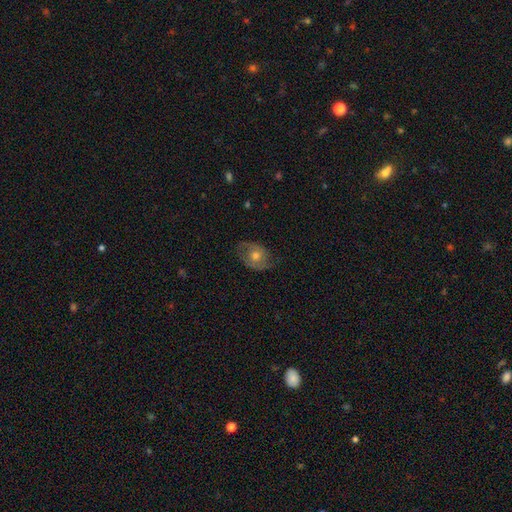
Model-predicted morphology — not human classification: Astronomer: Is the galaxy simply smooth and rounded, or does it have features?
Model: featured or disk — 58% (runner-up: smooth, 35%).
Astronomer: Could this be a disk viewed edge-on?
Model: no — 95%.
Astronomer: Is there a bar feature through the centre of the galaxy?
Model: no — 78%.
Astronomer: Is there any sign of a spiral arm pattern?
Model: yes — 70%.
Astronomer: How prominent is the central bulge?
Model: moderate — 71%.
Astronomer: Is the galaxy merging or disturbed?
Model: none — 67%.